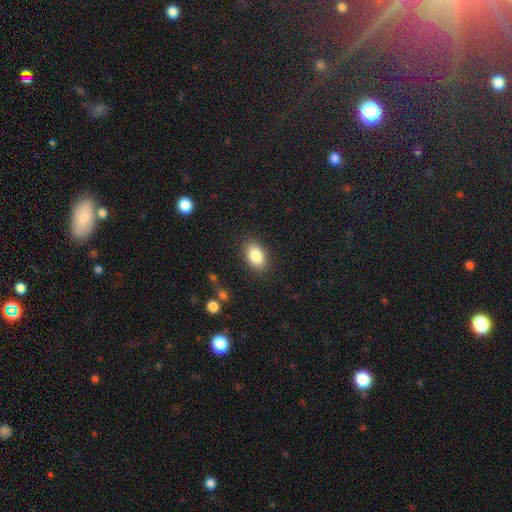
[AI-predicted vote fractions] Q: Smooth or featured?
A: smooth (86%); runner-up: star or artifact (8%)
Q: How rounded?
A: in between (88%); runner-up: round (11%)
Q: Merging?
A: none (86%); runner-up: minor disturbance (10%)